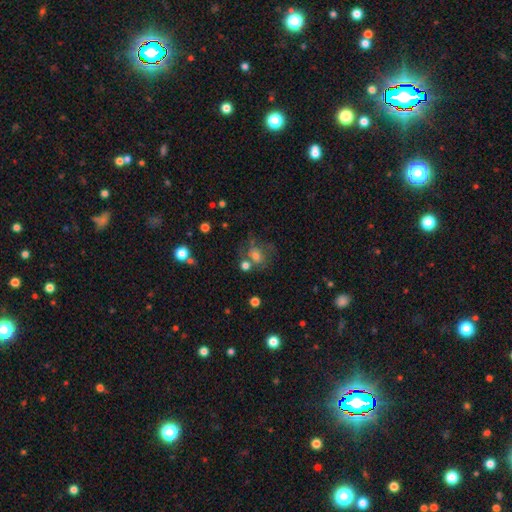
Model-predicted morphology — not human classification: The model was most divided on "merging": none: 46%, merger: 20%, minor disturbance: 19%, major disturbance: 15%. More confident: how rounded — round (68%); smooth or featured — smooth (59%).